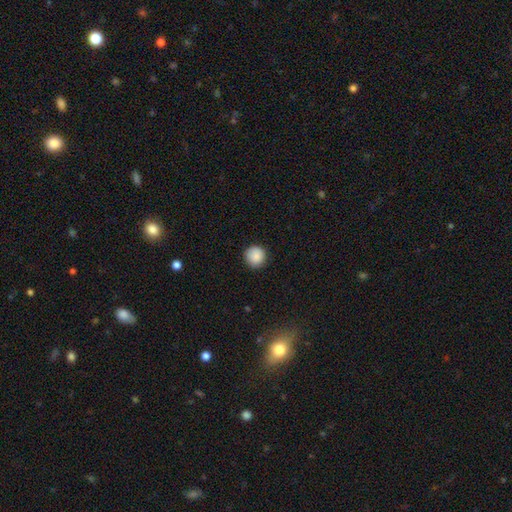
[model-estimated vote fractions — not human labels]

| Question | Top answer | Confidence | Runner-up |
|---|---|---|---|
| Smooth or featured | smooth | 88% | star or artifact (8%) |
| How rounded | round | 94% | in between (5%) |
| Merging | none | 89% | minor disturbance (7%) |